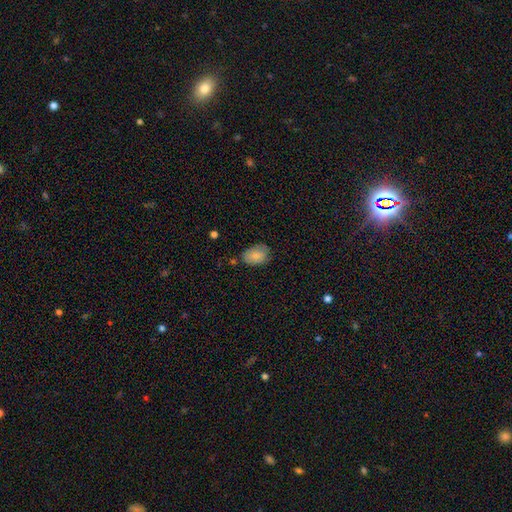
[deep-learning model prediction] Overall: smooth (83%). How rounded: in between (83%). Merging: none (70%).